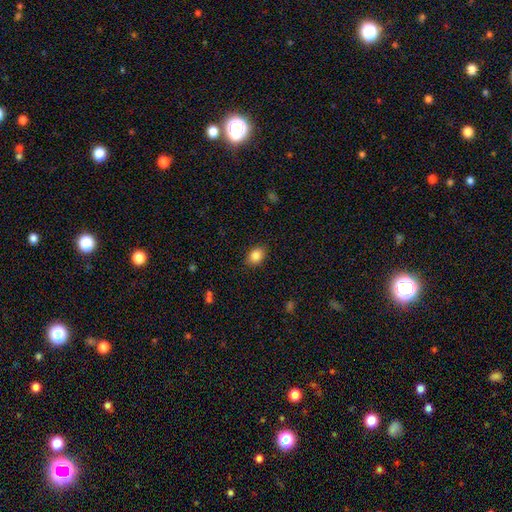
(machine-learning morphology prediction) The model was most divided on "how rounded": in between: 68%, round: 31%, cigar-shaped: 1%. More confident: merging — none (87%); smooth or featured — smooth (85%).